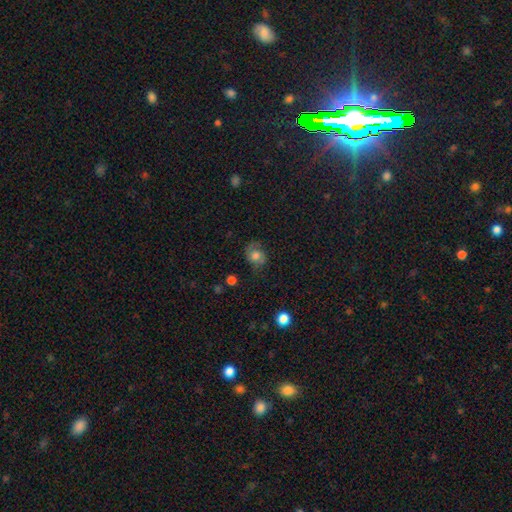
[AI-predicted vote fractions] Smooth or featured? smooth (62%)
How rounded? round (60%)
Merging? none (65%)